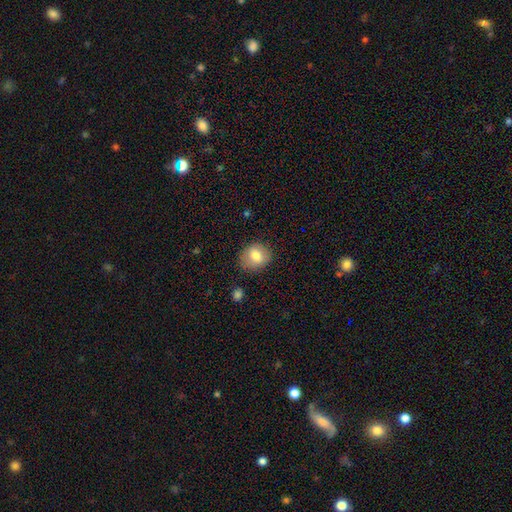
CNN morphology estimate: The model was most divided on "how rounded": round: 67%, in between: 32%, cigar-shaped: 1%. More confident: merging — none (81%); smooth or featured — smooth (76%).